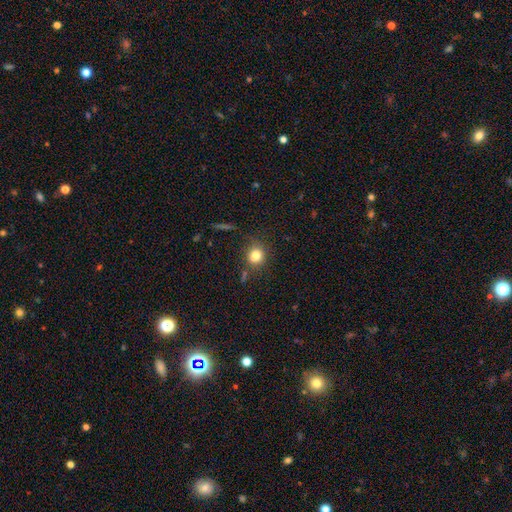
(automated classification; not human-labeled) Q: Smooth or featured?
A: smooth (80%); runner-up: star or artifact (12%)
Q: How rounded?
A: round (76%); runner-up: in between (23%)
Q: Merging?
A: none (72%); runner-up: minor disturbance (16%)